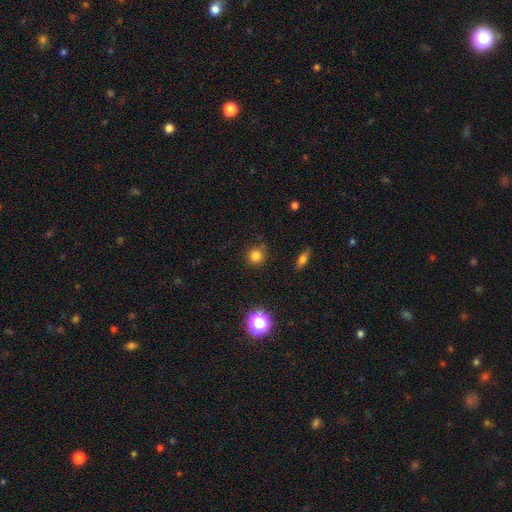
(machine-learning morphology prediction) smooth_or_featured: smooth (p=0.80) [alt: star or artifact p=0.14]
how_rounded: round (p=0.90) [alt: in between p=0.09]
merging: none (p=0.86) [alt: minor disturbance p=0.09]